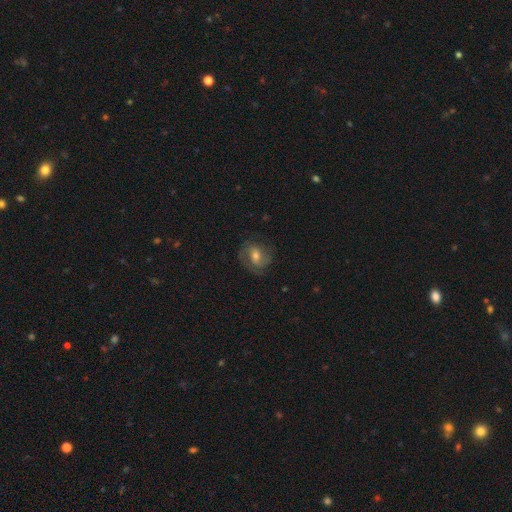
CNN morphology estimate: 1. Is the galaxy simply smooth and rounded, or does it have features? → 58% featured or disk, 34% smooth, 8% star or artifact.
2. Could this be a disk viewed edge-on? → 96% no, 4% yes.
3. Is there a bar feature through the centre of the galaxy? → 43% weak, 42% no, 15% strong.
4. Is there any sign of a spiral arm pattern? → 83% yes, 17% no.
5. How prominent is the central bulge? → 59% moderate, 32% small, 6% large, 2% none, 1% dominant.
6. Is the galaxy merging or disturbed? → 70% none, 19% minor disturbance, 10% major disturbance, 1% merger.